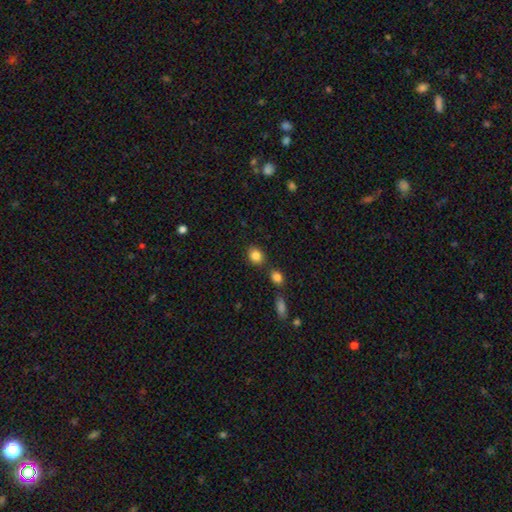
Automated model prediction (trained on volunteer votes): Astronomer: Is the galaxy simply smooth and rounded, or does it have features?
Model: smooth — 86%.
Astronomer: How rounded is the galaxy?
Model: round — 64%.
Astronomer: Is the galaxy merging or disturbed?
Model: none — 79%.